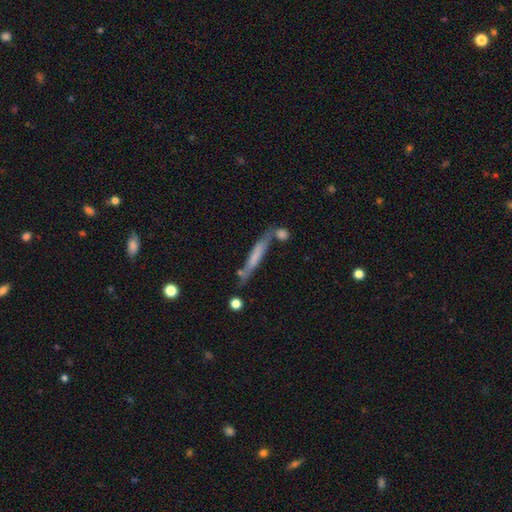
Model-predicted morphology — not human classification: This appears to be a smooth galaxy with no disk features (50%) that is cigar-shaped (93%). Merging: none (63%).